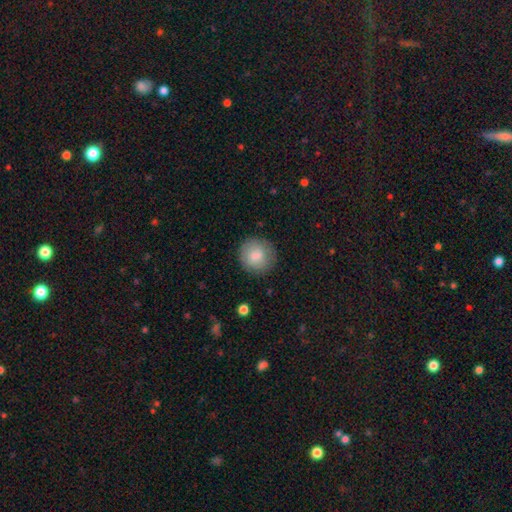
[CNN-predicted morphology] type=smooth (81%); roundness=round (93%); merging=none (85%).